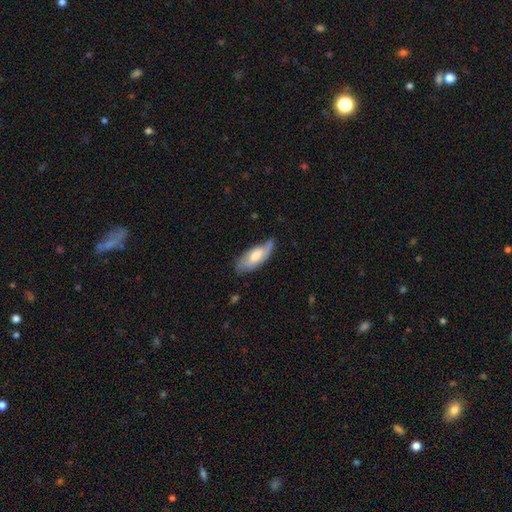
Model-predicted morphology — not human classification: This is possibly a smooth galaxy (56%). How rounded: clearly in between (81%). Merging: possibly none (54%).